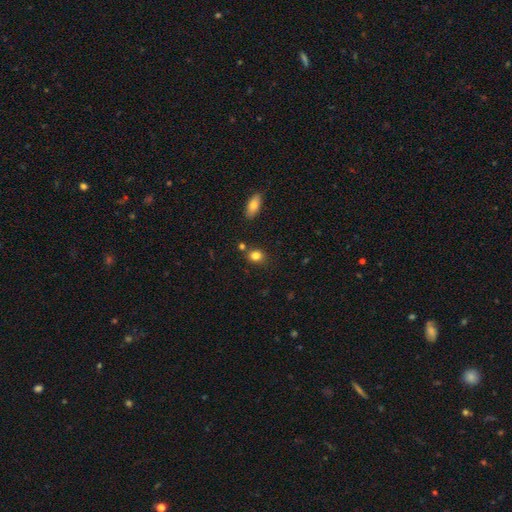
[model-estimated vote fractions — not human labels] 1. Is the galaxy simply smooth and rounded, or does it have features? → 83% smooth, 10% star or artifact, 7% featured or disk.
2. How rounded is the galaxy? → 53% in between, 45% round, 2% cigar-shaped.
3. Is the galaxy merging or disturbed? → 74% none, 13% minor disturbance, 10% merger, 3% major disturbance.